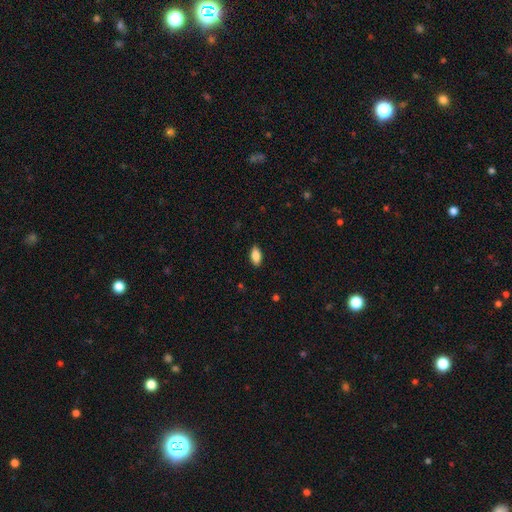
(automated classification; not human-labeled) A smooth galaxy with no disk features (85%) that is in between round and cigar-shaped (89%). Merging: none (88%).